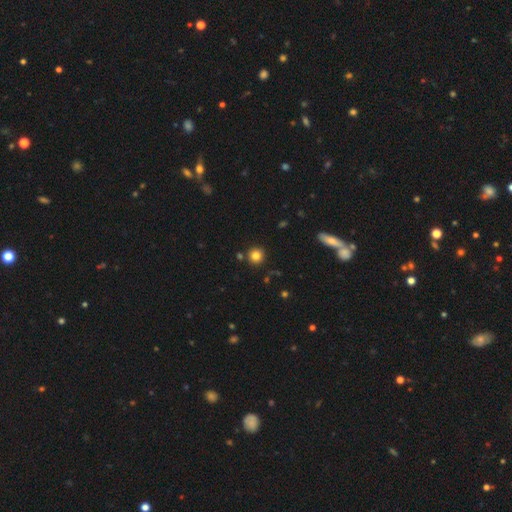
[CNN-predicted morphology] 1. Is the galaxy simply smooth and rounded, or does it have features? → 82% smooth, 12% star or artifact, 6% featured or disk.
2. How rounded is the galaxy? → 93% round, 6% in between, 1% cigar-shaped.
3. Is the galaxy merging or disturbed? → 87% none, 7% minor disturbance, 5% merger, 2% major disturbance.